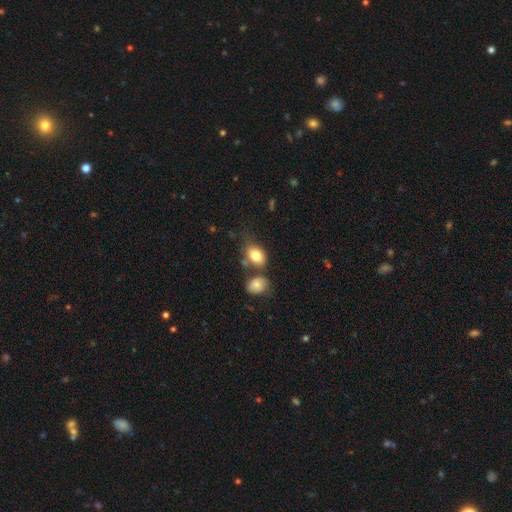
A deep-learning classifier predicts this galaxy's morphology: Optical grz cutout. It shows a smooth galaxy with no disk features (81%) that is in between round and cigar-shaped (75%). Merging: none (52%).